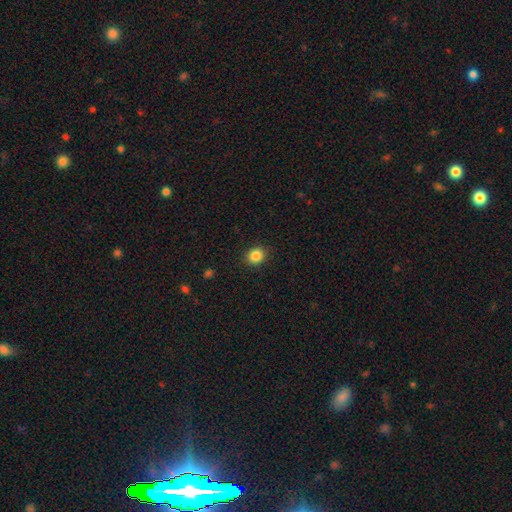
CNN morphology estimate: smooth-or-featured: smooth: 86% | star or artifact: 10% | featured or disk: 4%
  how-rounded: round: 72% | in between: 27% | cigar-shaped: 1%
  merging: none: 89% | minor disturbance: 7% | major disturbance: 2% | merger: 1%